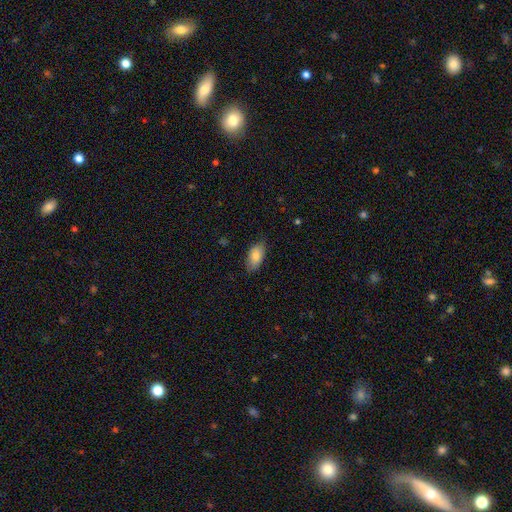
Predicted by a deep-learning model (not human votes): A smooth galaxy with no disk features (83%) that is in between round and cigar-shaped (92%). Merging: none (80%).